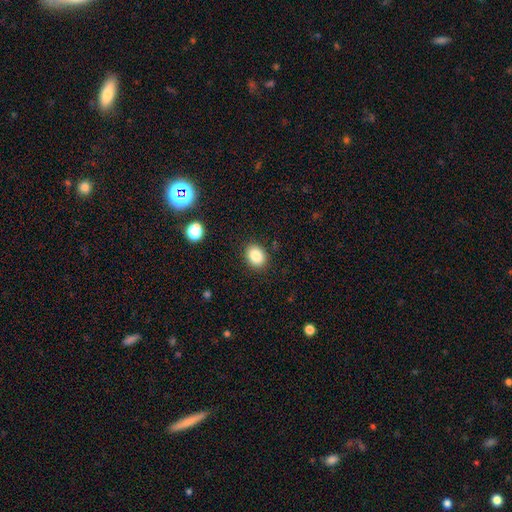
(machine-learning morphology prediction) The model was most divided on "how rounded": in between: 55%, round: 45%, cigar-shaped: 1%. More confident: merging — none (88%); smooth or featured — smooth (86%).